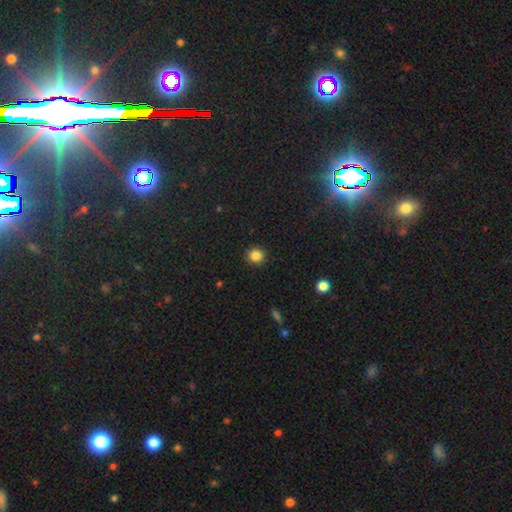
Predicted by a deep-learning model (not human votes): Smooth or featured? Predicted: smooth (p=0.85). How rounded? Predicted: round (p=0.92). Merging? Predicted: none (p=0.92).